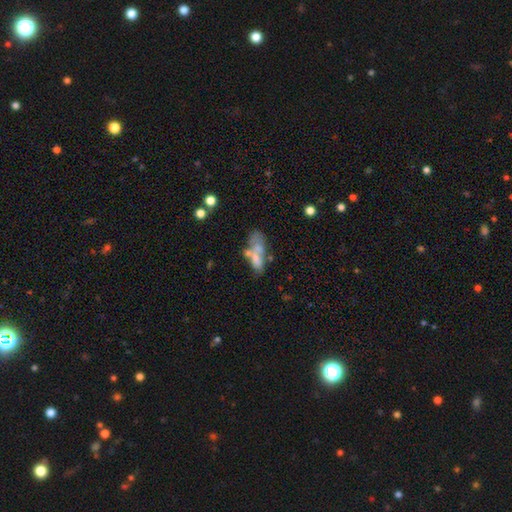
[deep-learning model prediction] This appears to be a smooth galaxy with no disk features (52%) that is in between round and cigar-shaped (76%). Merging: merger (37%).